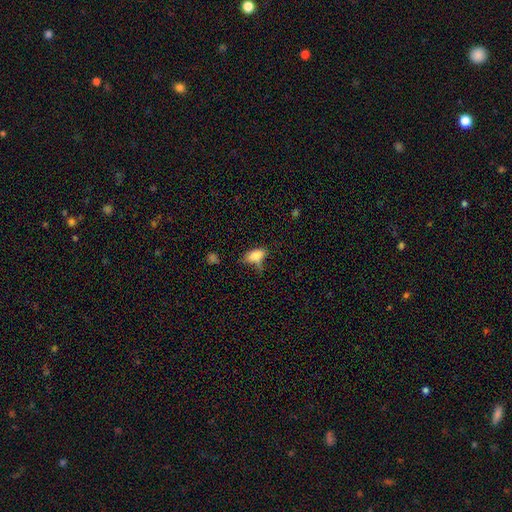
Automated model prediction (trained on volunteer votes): Smooth or featured? smooth (78%)
How rounded? in between (86%)
Merging? none (44%)